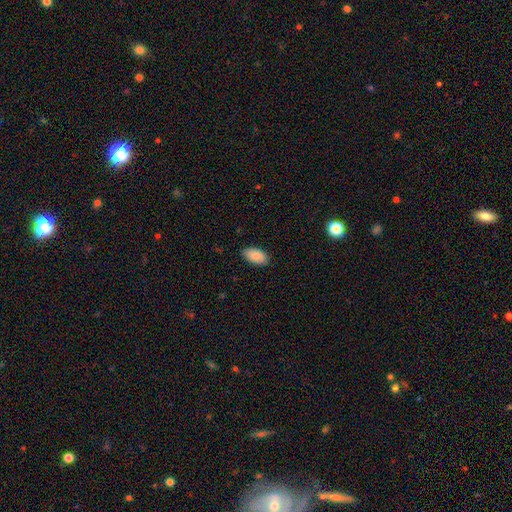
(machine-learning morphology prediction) Smooth or featured? Predicted: smooth (p=0.86). How rounded? Predicted: in between (p=0.95). Merging? Predicted: none (p=0.86).